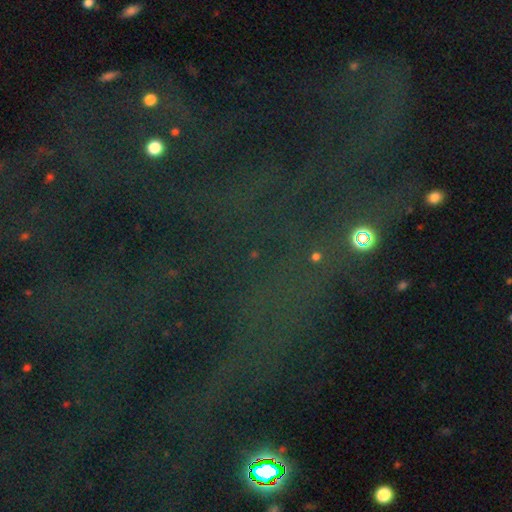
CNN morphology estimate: Smooth or featured: star or artifact — 77% (smooth — 12%)